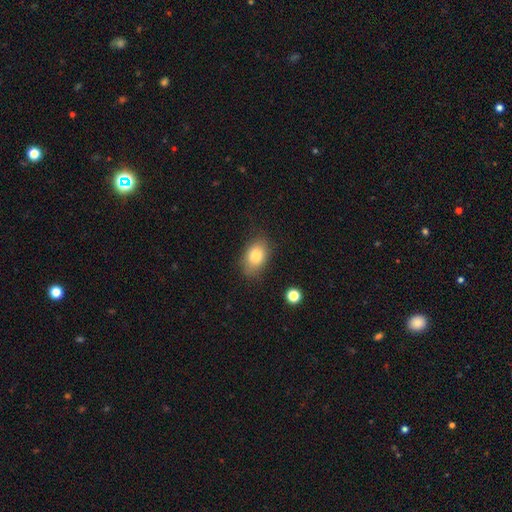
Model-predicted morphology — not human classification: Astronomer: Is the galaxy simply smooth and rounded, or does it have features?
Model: smooth — 81%.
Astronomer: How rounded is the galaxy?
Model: in between — 84%.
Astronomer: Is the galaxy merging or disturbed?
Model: none — 78%.